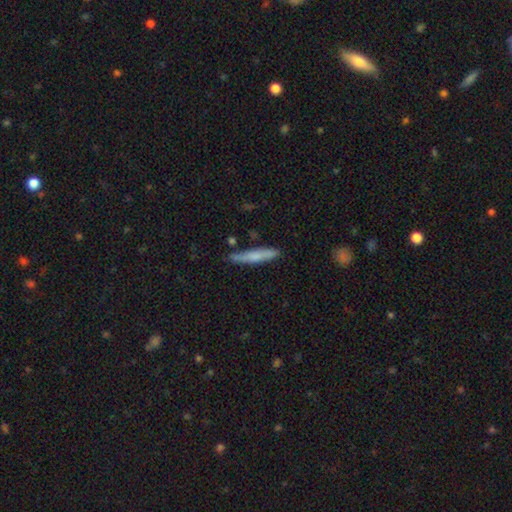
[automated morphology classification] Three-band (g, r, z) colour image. It shows a smooth galaxy with no disk features (65%) that is cigar-shaped (93%). Merging: none (79%).